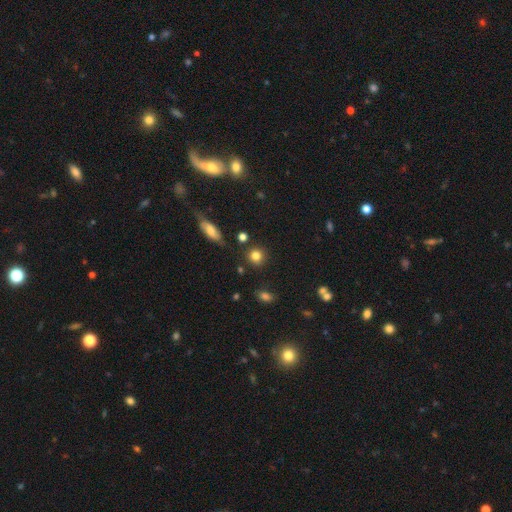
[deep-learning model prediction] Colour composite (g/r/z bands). It shows a smooth galaxy with no disk features (82%) that is round (87%). Merging: none (84%).